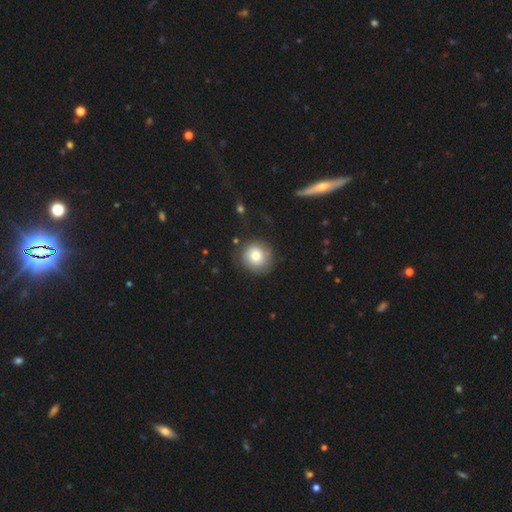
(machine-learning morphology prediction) This appears to be a smooth galaxy with no disk features (73%) that is round (91%). Merging: none (78%).